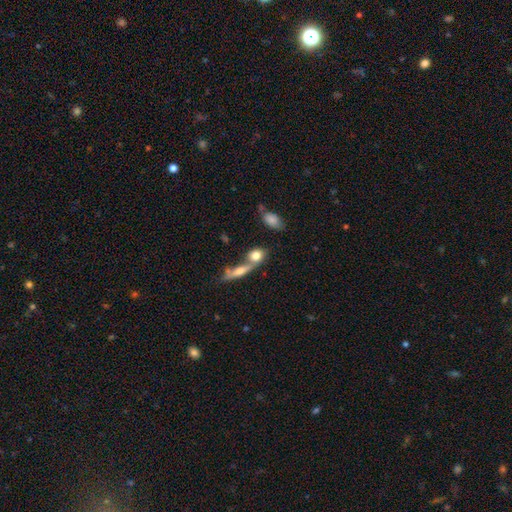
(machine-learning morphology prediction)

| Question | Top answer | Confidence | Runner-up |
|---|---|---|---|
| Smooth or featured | smooth | 71% | featured or disk (20%) |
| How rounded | in between | 44% | round (39%) |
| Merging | merger | 45% | none (39%) |